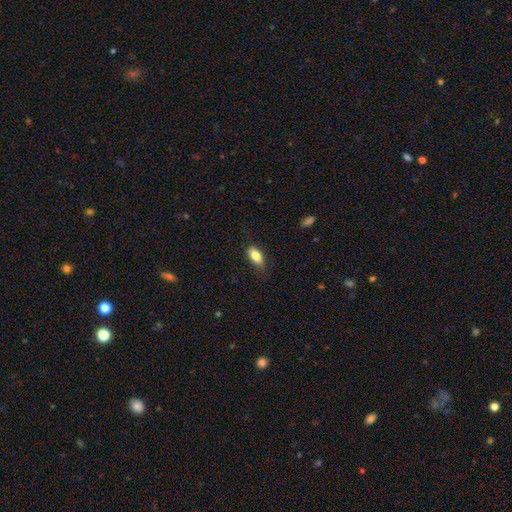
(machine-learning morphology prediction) Smooth or featured?
  - smooth: 81% *
  - featured or disk: 11%
  - star or artifact: 7%
How rounded?
  - in between: 88% *
  - cigar-shaped: 7%
  - round: 4%
Merging?
  - none: 79% *
  - minor disturbance: 16%
  - major disturbance: 3%
  - merger: 1%